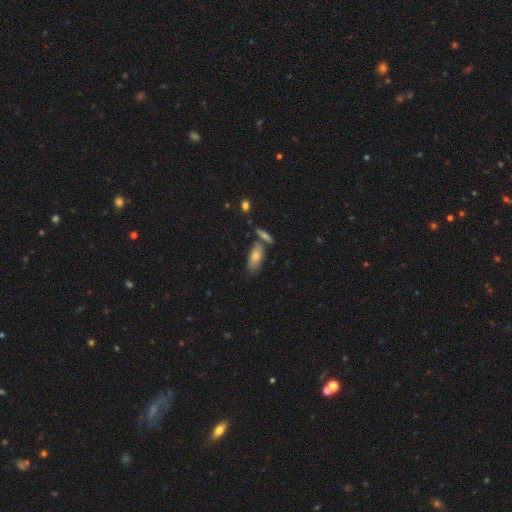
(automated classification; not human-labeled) This appears to be a smooth galaxy with no disk features (67%) that is in between round and cigar-shaped (79%). Merging: none (65%).